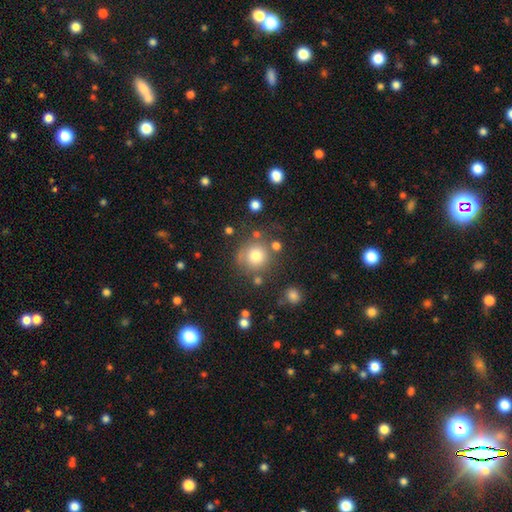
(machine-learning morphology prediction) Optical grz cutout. It shows a smooth galaxy with no disk features (77%) that is round (91%). Merging: none (72%).